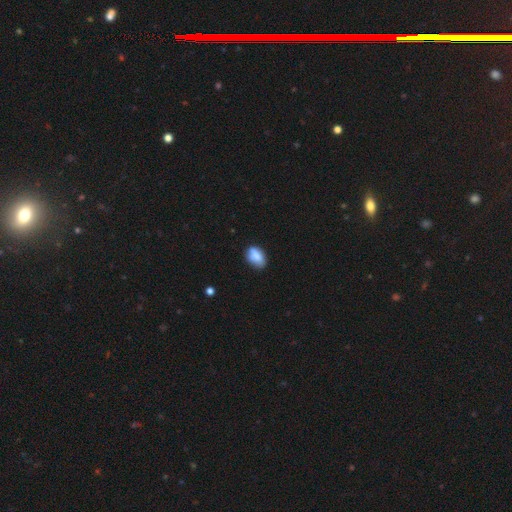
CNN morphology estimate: smooth-or-featured: smooth: 79% | featured or disk: 13% | star or artifact: 8%
  how-rounded: in between: 87% | round: 10% | cigar-shaped: 3%
  merging: none: 65% | minor disturbance: 26% | major disturbance: 5% | merger: 4%